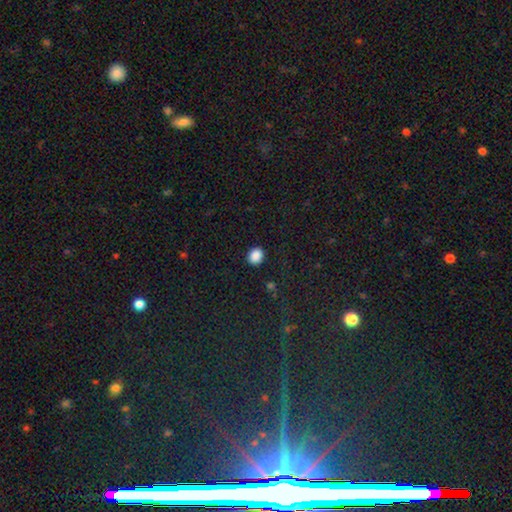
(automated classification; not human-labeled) smooth_or_featured: smooth (p=0.88) [alt: star or artifact p=0.09]
how_rounded: round (p=0.63) [alt: in between p=0.36]
merging: none (p=0.90) [alt: minor disturbance p=0.07]